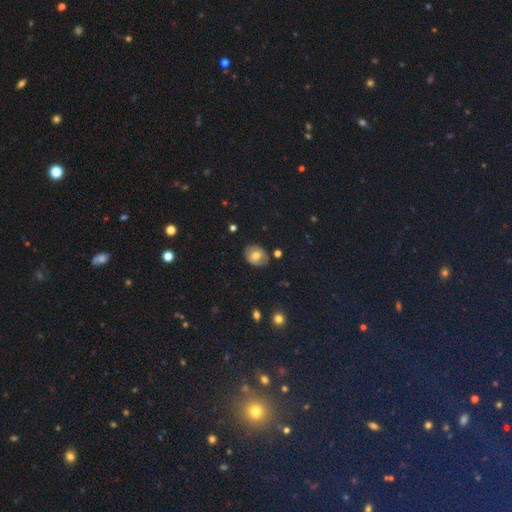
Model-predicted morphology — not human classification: Q: Smooth or featured?
A: smooth (63%); runner-up: featured or disk (25%)
Q: How rounded?
A: round (50%); runner-up: in between (49%)
Q: Merging?
A: none (81%); runner-up: minor disturbance (14%)